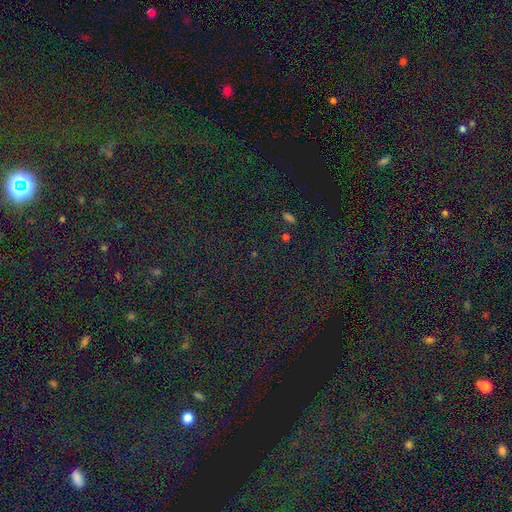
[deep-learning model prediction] Smooth or featured? star or artifact (83%)